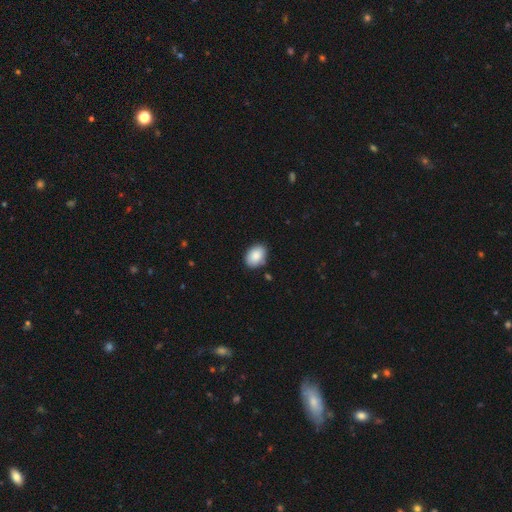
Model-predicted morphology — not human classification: Smooth or featured?
  - smooth: 88% *
  - star or artifact: 7%
  - featured or disk: 5%
How rounded?
  - in between: 80% *
  - round: 19%
  - cigar-shaped: 1%
Merging?
  - none: 83% *
  - minor disturbance: 13%
  - major disturbance: 2%
  - merger: 2%